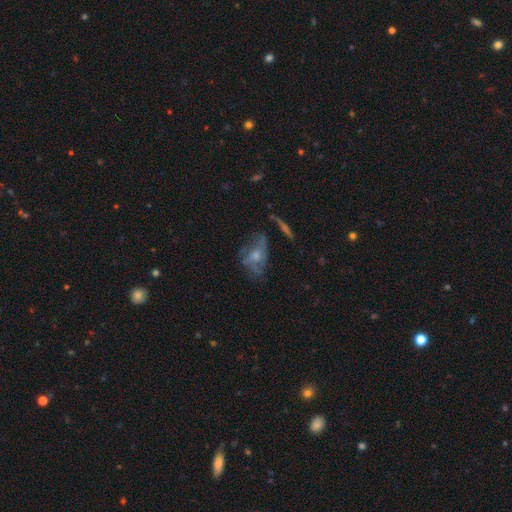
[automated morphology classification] Smooth or featured?
  - featured or disk: 60% *
  - smooth: 29%
  - star or artifact: 11%
Edge-on disk?
  - no: 93% *
  - yes: 7%
Bar?
  - no: 77% *
  - weak: 19%
  - strong: 4%
Spiral arms?
  - yes: 57% *
  - no: 43%
Bulge size?
  - moderate: 50% *
  - small: 32%
  - none: 8%
  - large: 8%
  - dominant: 2%
Merging?
  - none: 47% *
  - major disturbance: 26%
  - minor disturbance: 22%
  - merger: 5%